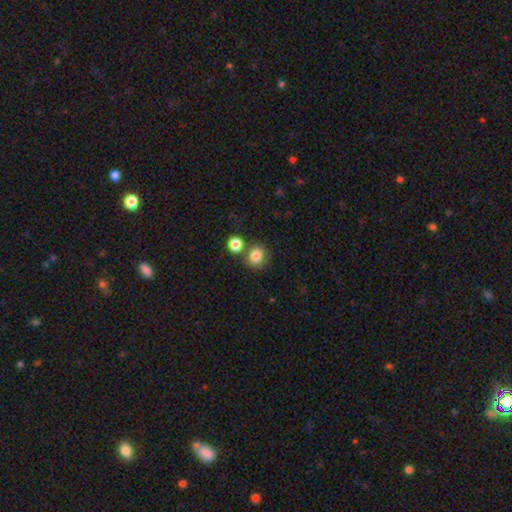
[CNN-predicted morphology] This appears to be a smooth galaxy with no disk features (83%) that is round (70%). Merging: none (60%).